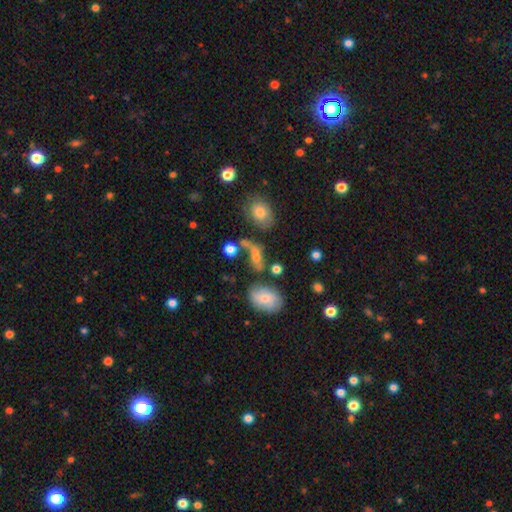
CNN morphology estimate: Smooth or featured?
  - smooth: 58% *
  - featured or disk: 25%
  - star or artifact: 17%
How rounded?
  - in between: 61% *
  - round: 30%
  - cigar-shaped: 8%
Merging?
  - merger: 38% *
  - none: 31%
  - major disturbance: 18%
  - minor disturbance: 13%